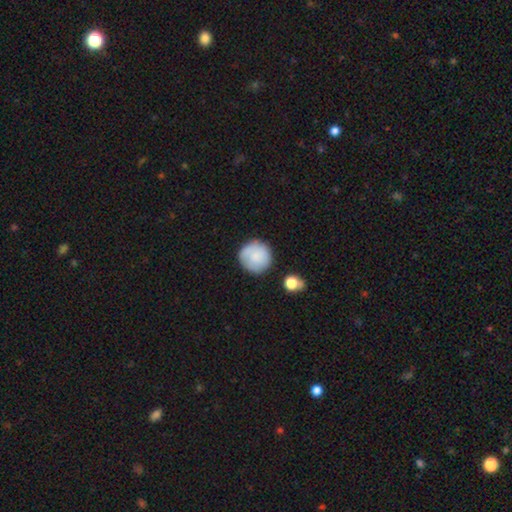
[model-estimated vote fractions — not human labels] A smooth galaxy with no disk features (80%) that is round (95%). Merging: none (80%).